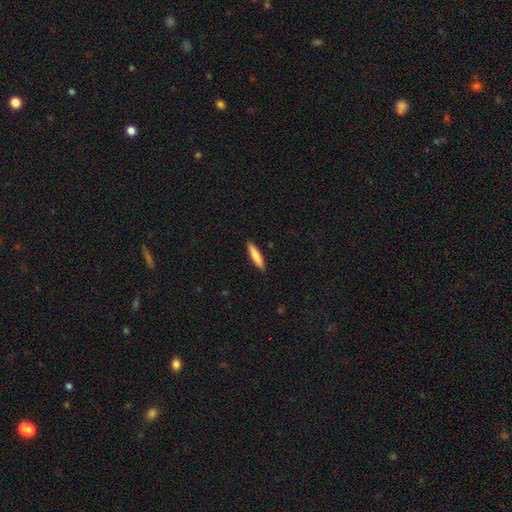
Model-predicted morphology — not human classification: smooth 77%, featured or disk 17%, star or artifact 5%. Down the decision tree: how rounded — cigar-shaped (85%); merging — none (89%).